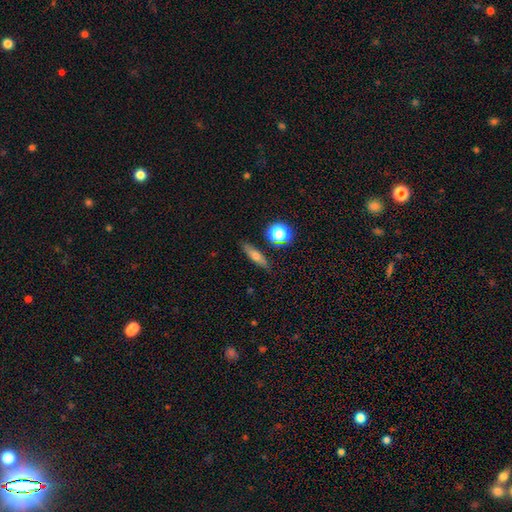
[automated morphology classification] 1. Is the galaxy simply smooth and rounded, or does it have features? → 62% smooth, 25% featured or disk, 12% star or artifact.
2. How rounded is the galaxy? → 58% cigar-shaped, 31% in between, 10% round.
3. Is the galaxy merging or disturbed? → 86% none, 9% minor disturbance, 3% merger, 2% major disturbance.